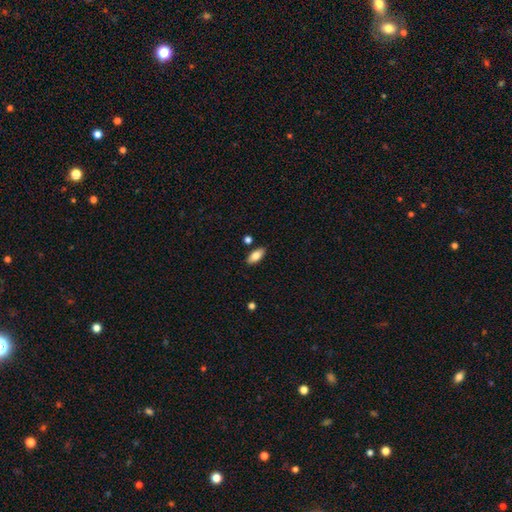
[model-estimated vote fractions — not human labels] Smooth or featured: smooth — 80% (featured or disk — 13%)
How rounded: in between — 89% (cigar-shaped — 8%)
Merging: none — 86% (minor disturbance — 9%)